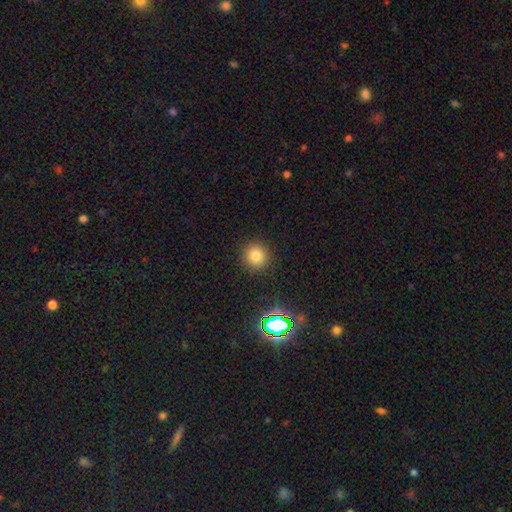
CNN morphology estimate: Overall: smooth (78%). How rounded: round (93%). Merging: none (90%).